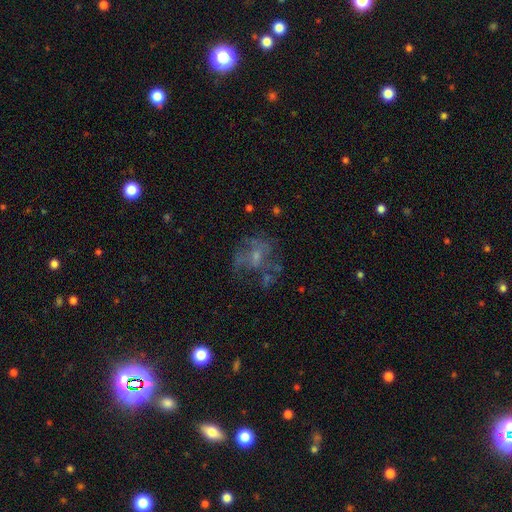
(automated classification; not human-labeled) Smooth or featured? featured or disk (57%)
Edge-on disk? no (97%)
Bar? no (73%)
Spiral arms? no (64%)
Bulge size? small (54%)
Merging? none (44%)